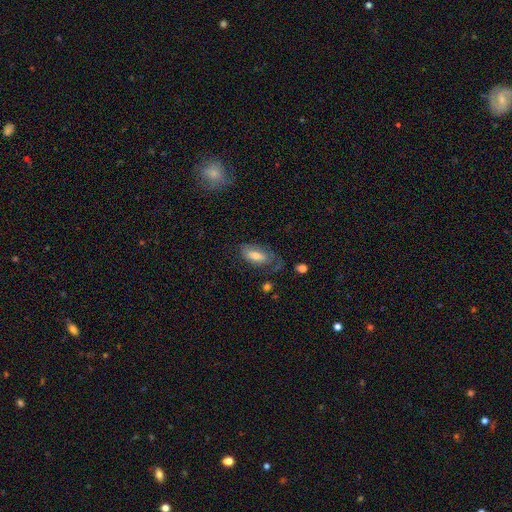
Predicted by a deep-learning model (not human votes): The model was most divided on "merging": none: 47%, minor disturbance: 28%, major disturbance: 23%, merger: 3%. More confident: how rounded — in between (86%); smooth or featured — smooth (57%).